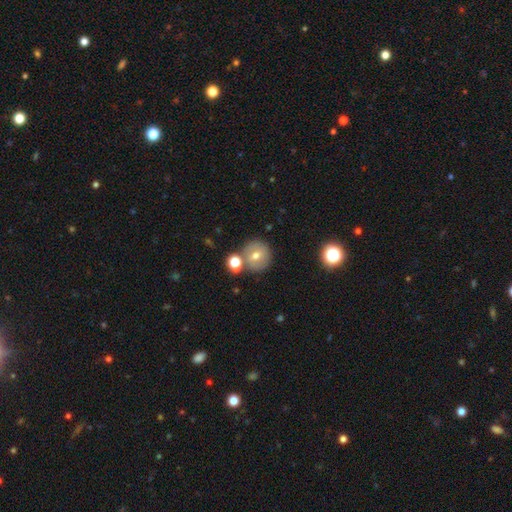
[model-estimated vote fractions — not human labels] A smooth galaxy with no disk features (66%) that is round (90%). Merging: none (67%).